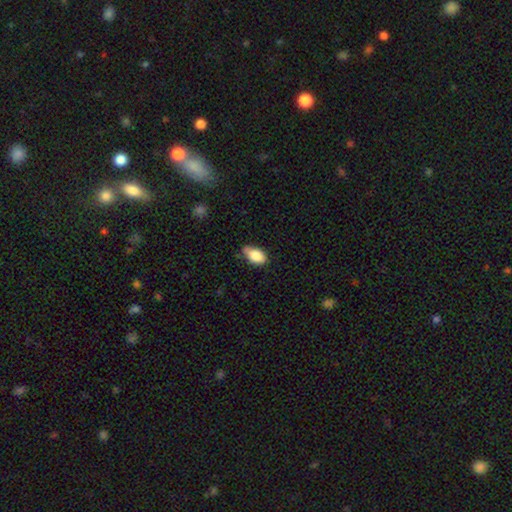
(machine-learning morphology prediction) Smooth or featured? smooth (84%)
How rounded? in between (91%)
Merging? none (57%)